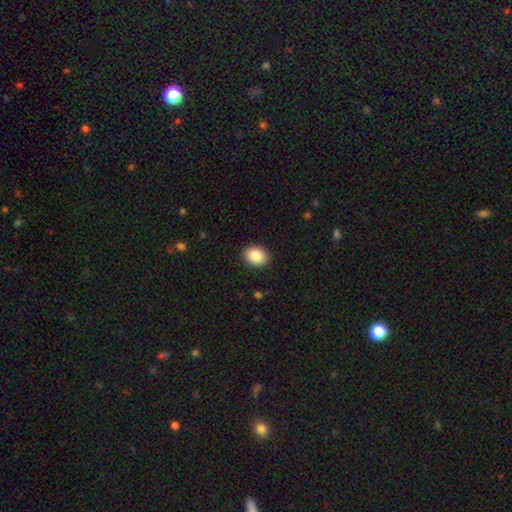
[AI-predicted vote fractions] Smooth or featured?
  - smooth: 86% *
  - star or artifact: 8%
  - featured or disk: 6%
How rounded?
  - in between: 58% *
  - round: 42%
  - cigar-shaped: 1%
Merging?
  - none: 90% *
  - minor disturbance: 7%
  - major disturbance: 2%
  - merger: 1%